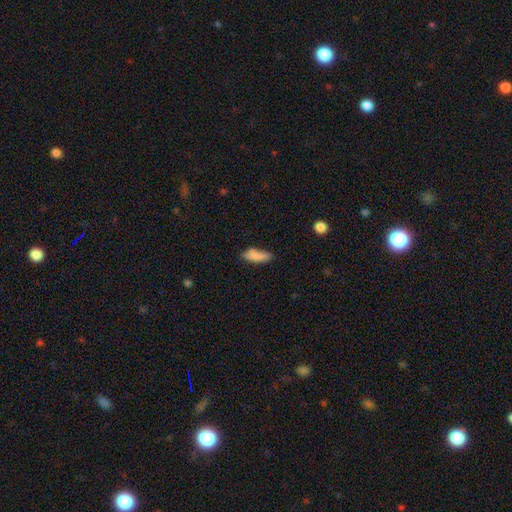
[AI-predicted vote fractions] The model was most divided on "how rounded": in between: 59%, cigar-shaped: 39%, round: 2%. More confident: smooth or featured — smooth (84%); merging — none (65%).